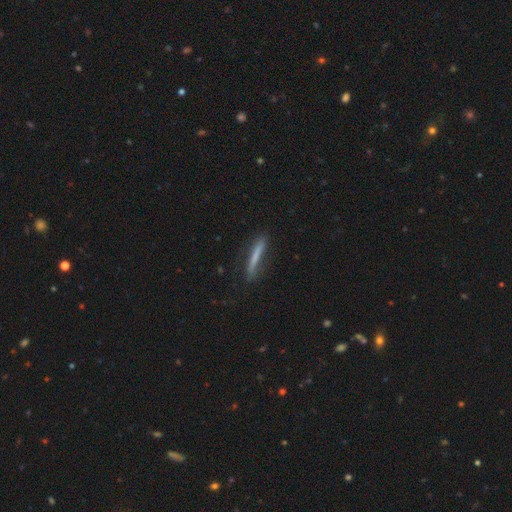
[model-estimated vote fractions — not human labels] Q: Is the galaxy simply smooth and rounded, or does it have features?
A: smooth — 65%.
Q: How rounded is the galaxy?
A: cigar-shaped — 95%.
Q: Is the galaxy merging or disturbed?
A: none — 76%.